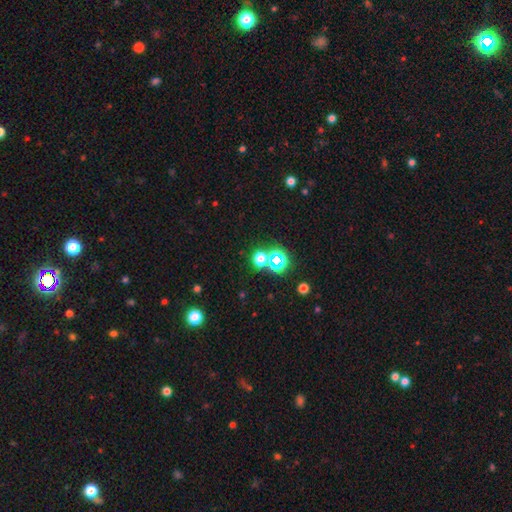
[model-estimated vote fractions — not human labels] star or artifact 52%, smooth 38%, featured or disk 10%.